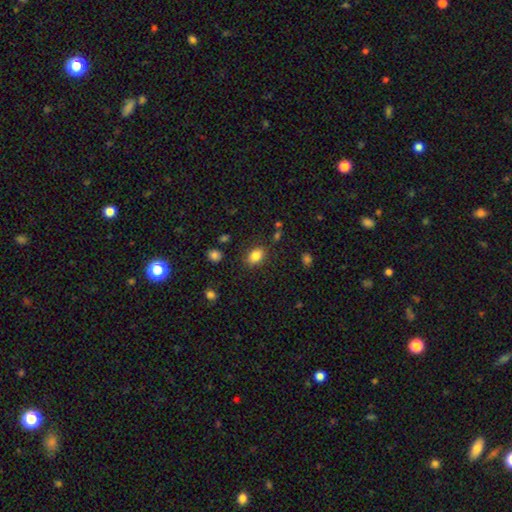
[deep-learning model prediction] smooth-or-featured: smooth: 83% | star or artifact: 9% | featured or disk: 7%
  how-rounded: in between: 77% | round: 22% | cigar-shaped: 1%
  merging: none: 82% | minor disturbance: 12% | major disturbance: 3% | merger: 2%